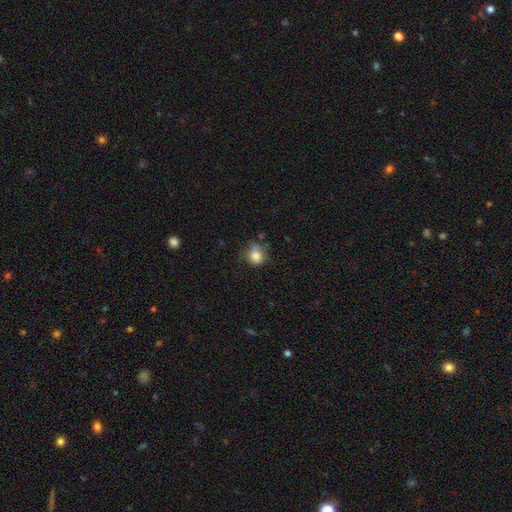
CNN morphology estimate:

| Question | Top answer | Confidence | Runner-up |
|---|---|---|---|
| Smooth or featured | smooth | 79% | star or artifact (11%) |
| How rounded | round | 74% | in between (25%) |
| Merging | none | 52% | minor disturbance (30%) |